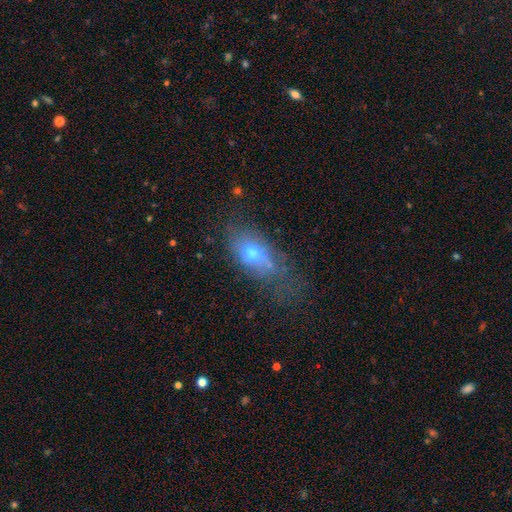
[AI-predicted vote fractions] smooth 58%, featured or disk 29%, star or artifact 13%. Down the decision tree: how rounded — in between (81%); merging — none (43%).